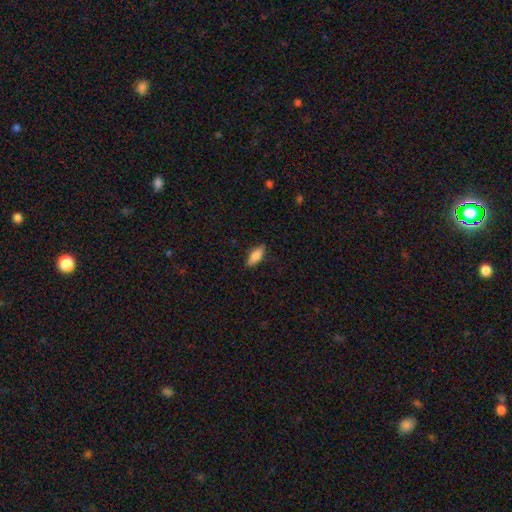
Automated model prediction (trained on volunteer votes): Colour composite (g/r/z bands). It shows a smooth galaxy with no disk features (80%) that is in between round and cigar-shaped (71%). Merging: none (86%).